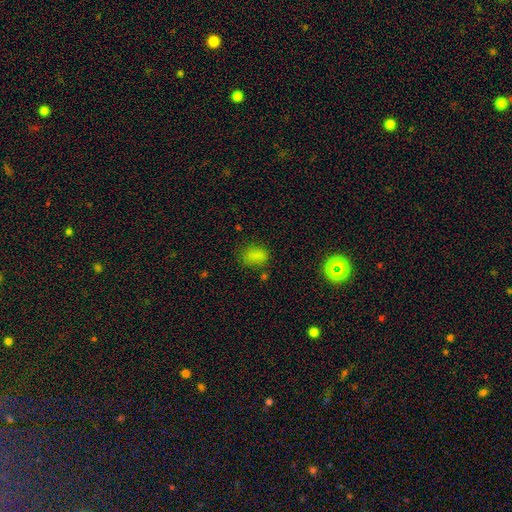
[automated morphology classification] Smooth or featured? smooth (77%)
How rounded? in between (80%)
Merging? none (72%)